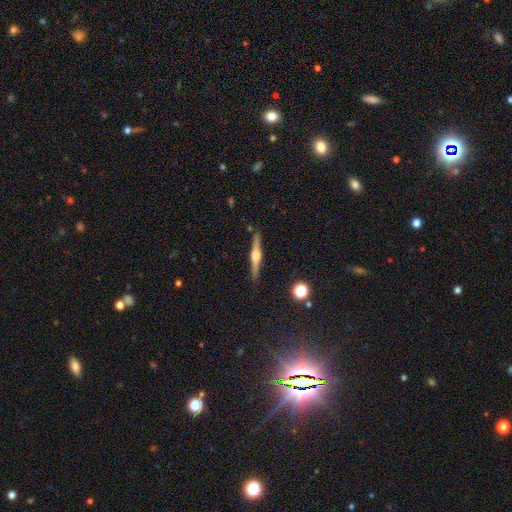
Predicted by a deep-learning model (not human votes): smooth_or_featured: featured or disk (p=0.77) [alt: smooth p=0.17]
disk_edge_on: yes (p=0.98) [alt: no p=0.02]
edge_on_bulge: rounded (p=0.88) [alt: boxy p=0.09]
merging: none (p=0.89) [alt: minor disturbance p=0.08]